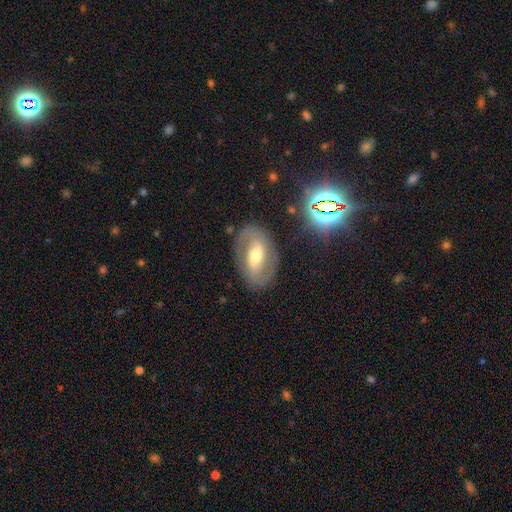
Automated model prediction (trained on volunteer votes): Smooth or featured? Predicted: featured or disk (p=0.75). Edge-on disk? Predicted: no (p=0.94). Bar? Predicted: strong (p=0.46). Spiral arms? Predicted: yes (p=0.81). Spiral winding? Predicted: medium (p=0.47). Spiral arm count? Predicted: 2 (p=0.86). Bulge size? Predicted: moderate (p=0.66). Merging? Predicted: none (p=0.82).